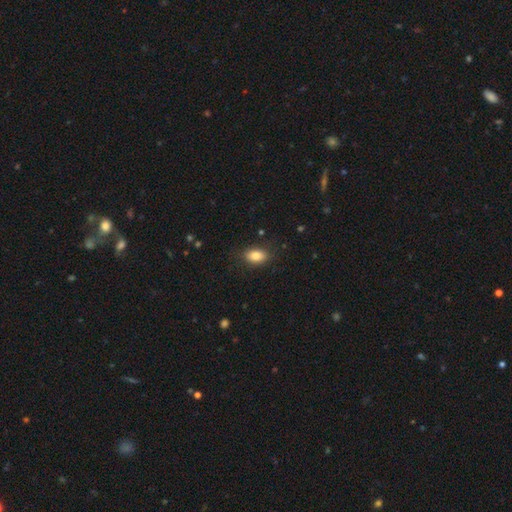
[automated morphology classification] This is clearly a smooth galaxy (84%). How rounded: clearly in between (87%). Merging: clearly none (83%).